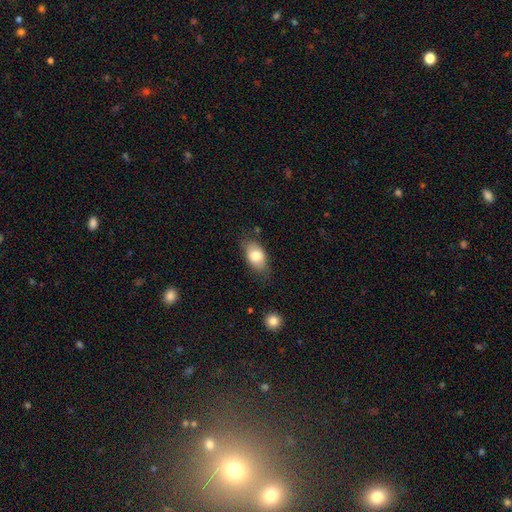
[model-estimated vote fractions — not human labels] Morphology: type=smooth (79%); roundness=in between (88%); merging=none (71%).